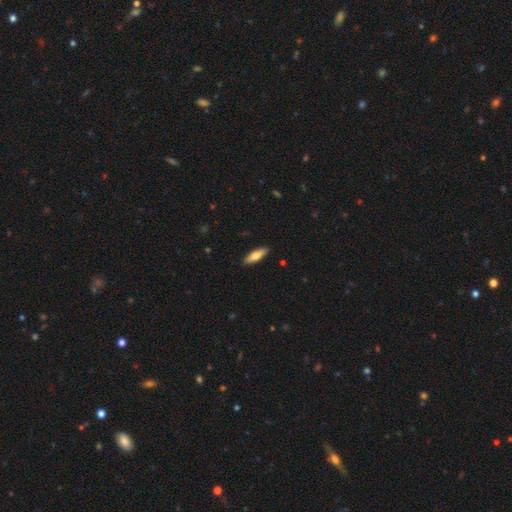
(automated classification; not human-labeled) smooth 69%, featured or disk 25%, star or artifact 6%. Down the decision tree: how rounded — in between (51%); merging — none (90%).